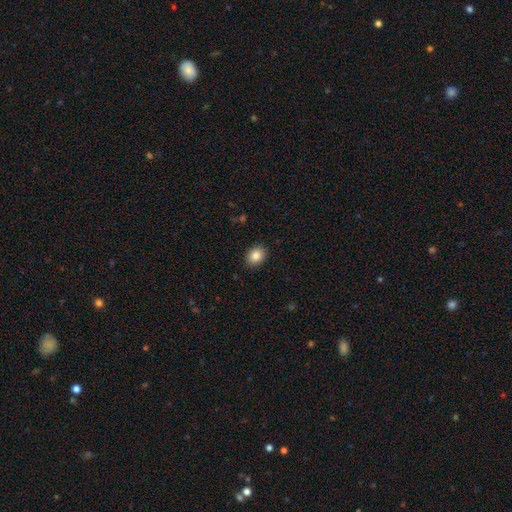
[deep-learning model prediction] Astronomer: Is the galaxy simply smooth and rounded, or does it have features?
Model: smooth — 86%.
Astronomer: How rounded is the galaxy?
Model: in between — 66%.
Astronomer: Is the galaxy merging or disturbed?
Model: none — 89%.